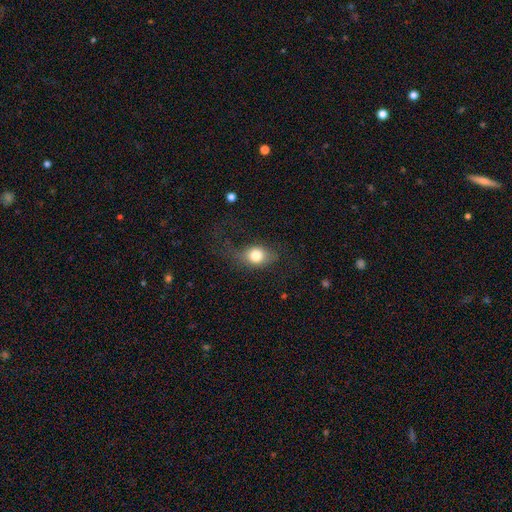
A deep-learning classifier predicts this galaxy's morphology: smooth 76%, featured or disk 13%, star or artifact 10%. Down the decision tree: how rounded — in between (57%); merging — none (54%).